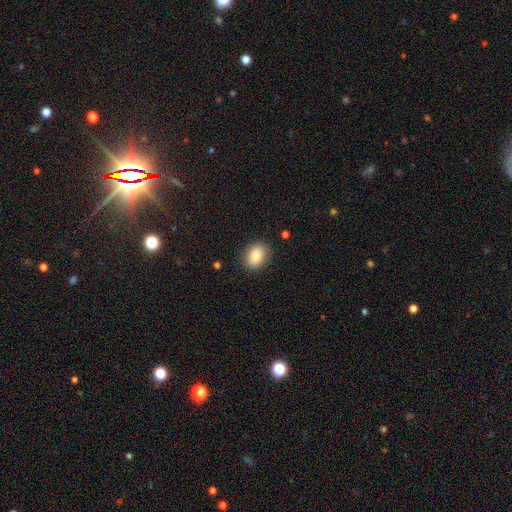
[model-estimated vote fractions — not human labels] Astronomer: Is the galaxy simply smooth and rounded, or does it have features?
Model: smooth — 83%.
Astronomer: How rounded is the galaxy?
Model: in between — 63%.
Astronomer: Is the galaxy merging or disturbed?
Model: none — 85%.